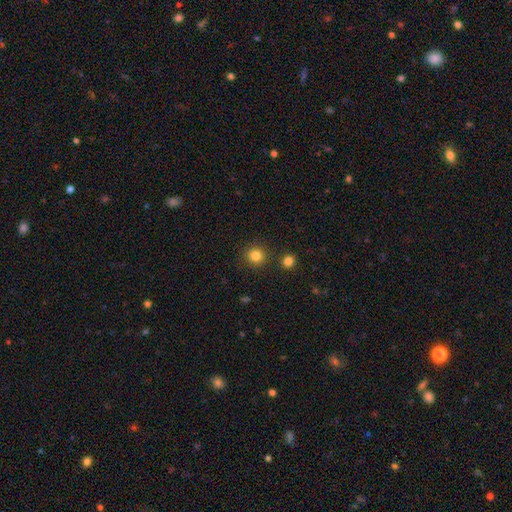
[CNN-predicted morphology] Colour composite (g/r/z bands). It shows a smooth galaxy with no disk features (83%) that is round (92%). Merging: none (88%).